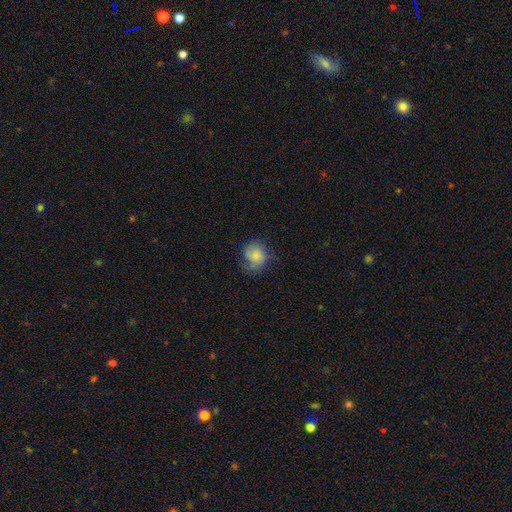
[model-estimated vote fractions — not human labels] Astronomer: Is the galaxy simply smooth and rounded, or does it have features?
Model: smooth — 62%.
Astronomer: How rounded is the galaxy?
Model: round — 74%.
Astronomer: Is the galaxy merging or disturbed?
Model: none — 59%.